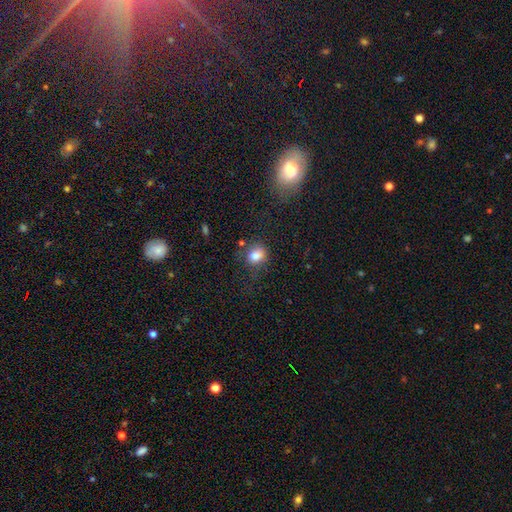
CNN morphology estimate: Overall: smooth (82%). How rounded: round (53%; in between 46%). Merging: none (61%; minor disturbance 23%).